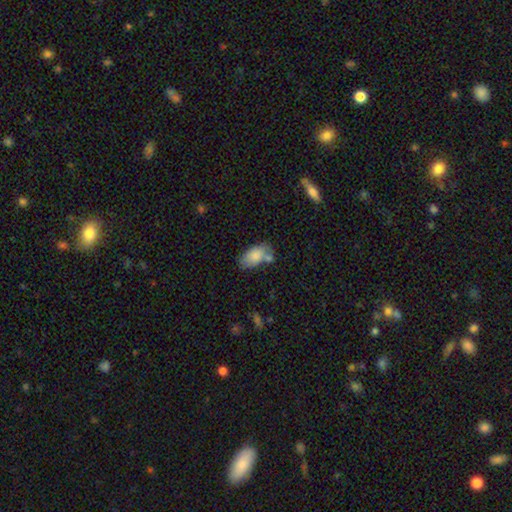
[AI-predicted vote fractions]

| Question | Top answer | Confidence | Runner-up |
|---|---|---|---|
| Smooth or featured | smooth | 82% | featured or disk (11%) |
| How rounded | in between | 94% | round (4%) |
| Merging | none | 55% | minor disturbance (20%) |